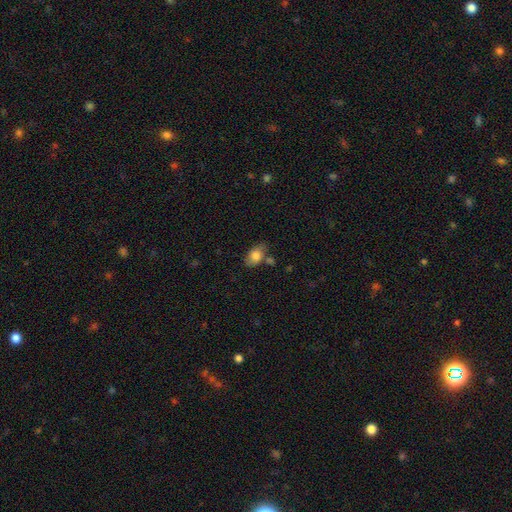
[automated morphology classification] A smooth galaxy with no disk features (81%) that is in between round and cigar-shaped (86%).

Vote fractions:
- Smooth or featured? smooth: 81% / featured or disk: 12% / star or artifact: 8%
- How rounded? in between: 86% / round: 12% / cigar-shaped: 2%
- Merging? none: 63% / minor disturbance: 20% / merger: 12% / major disturbance: 5%